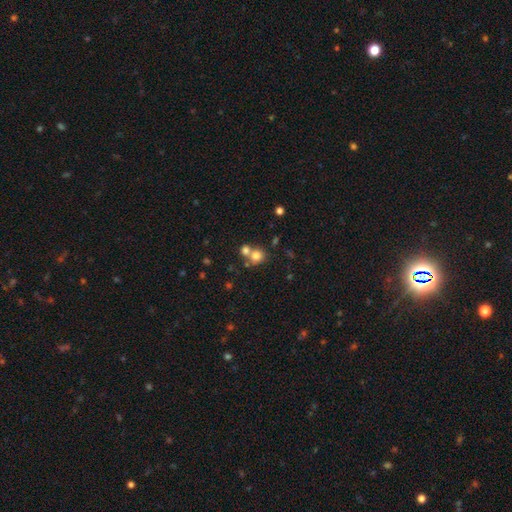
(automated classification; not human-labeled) A smooth galaxy with no disk features (76%) that is round (82%).

Vote fractions:
- Smooth or featured? smooth: 76% / star or artifact: 13% / featured or disk: 11%
- How rounded? round: 82% / in between: 17% / cigar-shaped: 1%
- Merging? none: 45% (tied) / merger: 45% (tied) / minor disturbance: 7% / major disturbance: 3%